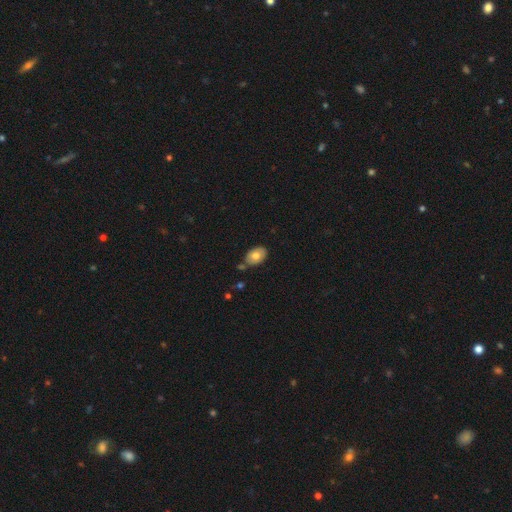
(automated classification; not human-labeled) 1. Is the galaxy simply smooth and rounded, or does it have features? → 69% smooth, 24% featured or disk, 7% star or artifact.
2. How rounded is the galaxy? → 88% in between, 11% round, 1% cigar-shaped.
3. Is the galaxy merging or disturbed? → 69% none, 18% minor disturbance, 9% merger, 4% major disturbance.